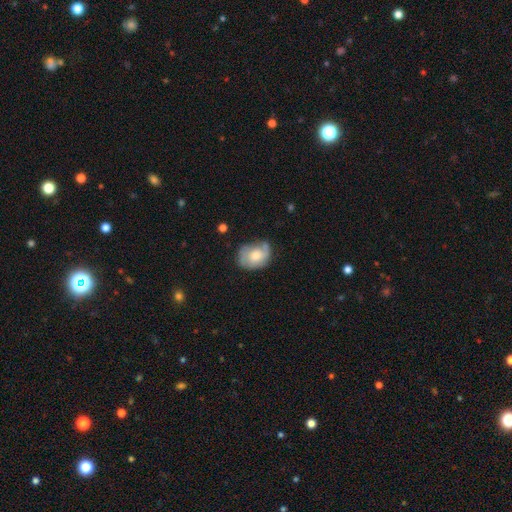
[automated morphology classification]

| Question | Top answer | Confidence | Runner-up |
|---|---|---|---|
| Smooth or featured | smooth | 47% | featured or disk (46%) |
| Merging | none | 58% | minor disturbance (29%) |